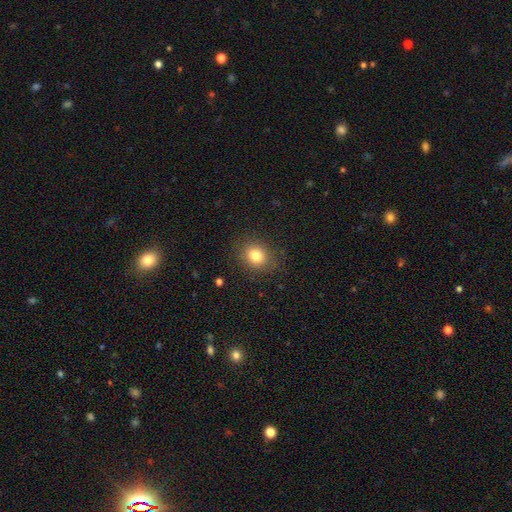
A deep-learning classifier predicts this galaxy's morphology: type=smooth (80%); roundness=round (66%); merging=none (85%).